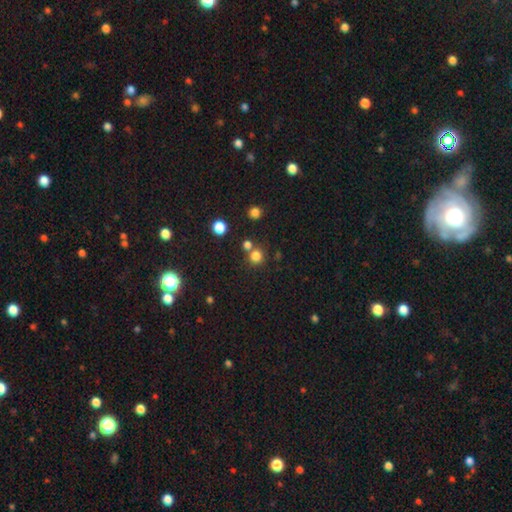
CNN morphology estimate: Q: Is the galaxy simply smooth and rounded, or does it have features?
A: smooth — 78%.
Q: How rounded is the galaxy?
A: round — 91%.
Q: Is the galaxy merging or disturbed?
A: none — 69%.